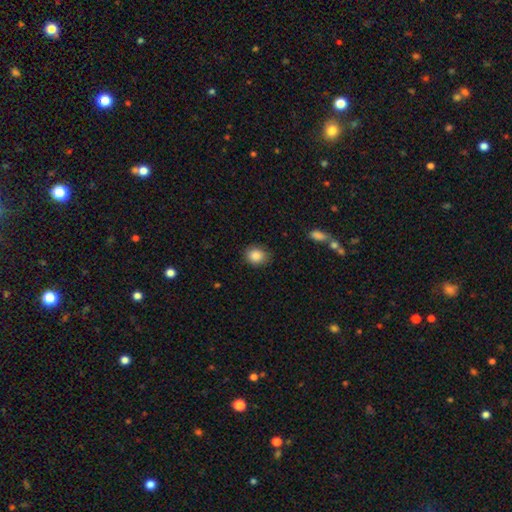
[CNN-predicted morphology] A smooth galaxy with no disk features (87%) that is round (63%). Merging: none (83%).